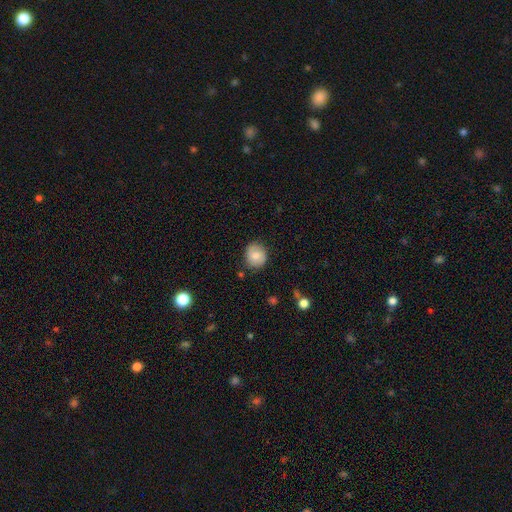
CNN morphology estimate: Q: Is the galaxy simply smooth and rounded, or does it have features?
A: smooth — 72%.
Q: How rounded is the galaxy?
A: round — 76%.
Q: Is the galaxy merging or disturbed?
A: none — 81%.